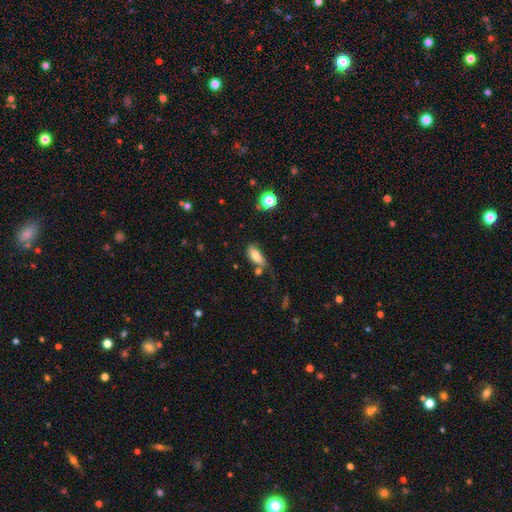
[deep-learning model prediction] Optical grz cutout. It shows a smooth galaxy with no disk features (78%) that is in between round and cigar-shaped (79%). Merging: none (48%).